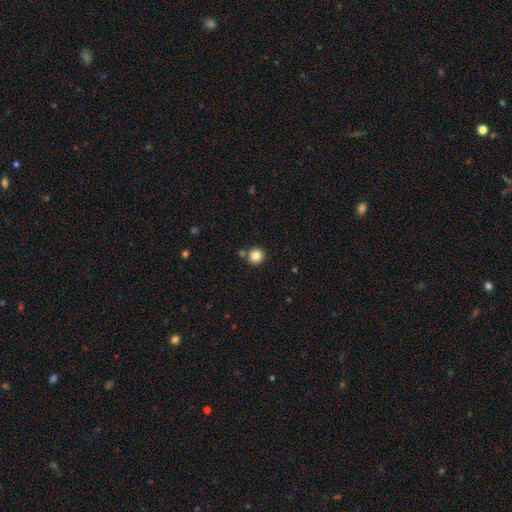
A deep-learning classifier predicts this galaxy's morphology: Smooth or featured? smooth (84%)
How rounded? round (94%)
Merging? none (82%)